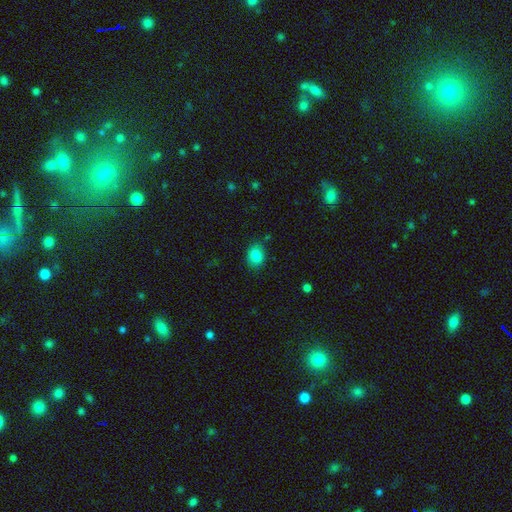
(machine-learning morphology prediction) smooth-or-featured: smooth: 85% | star or artifact: 9% | featured or disk: 6%
  how-rounded: in between: 59% | round: 40% | cigar-shaped: 1%
  merging: none: 82% | minor disturbance: 13% | major disturbance: 3% | merger: 2%